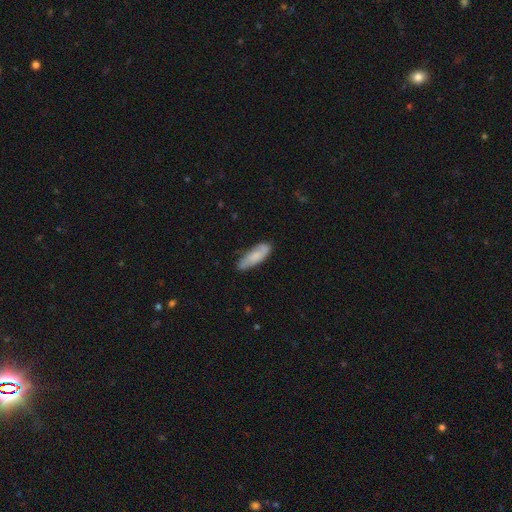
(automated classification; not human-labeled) Morphology: type=smooth (68%); roundness=in between (58%); merging=none (72%).